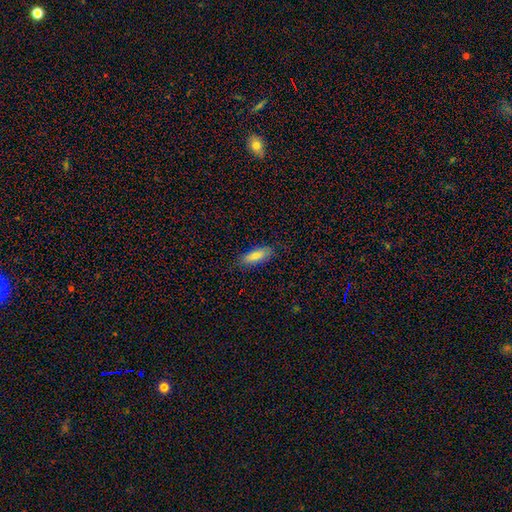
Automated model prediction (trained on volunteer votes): A smooth galaxy with no disk features (83%) that is in between round and cigar-shaped (71%). Merging: none (84%).